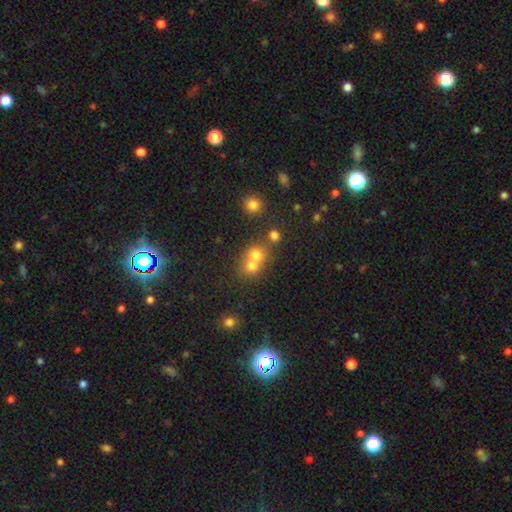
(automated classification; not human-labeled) A smooth galaxy with no disk features (70%) that is round (79%).

Vote fractions:
- Smooth or featured? smooth: 70% / star or artifact: 16% / featured or disk: 14%
- How rounded? round: 79% / in between: 20% / cigar-shaped: 1%
- Merging? merger: 58% / none: 34% / minor disturbance: 5% / major disturbance: 3%